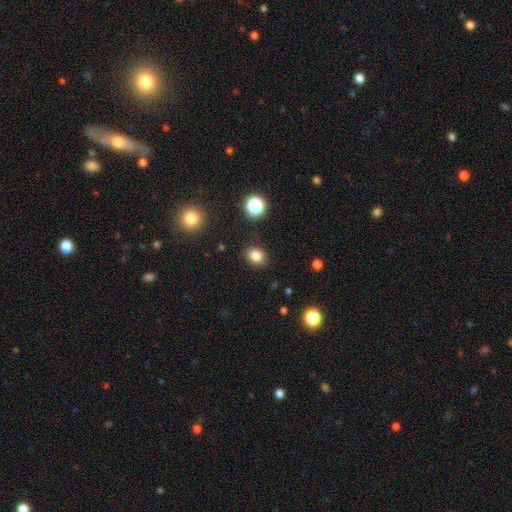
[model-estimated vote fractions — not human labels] Morphology: type=smooth (82%); roundness=round (57%); merging=none (86%).